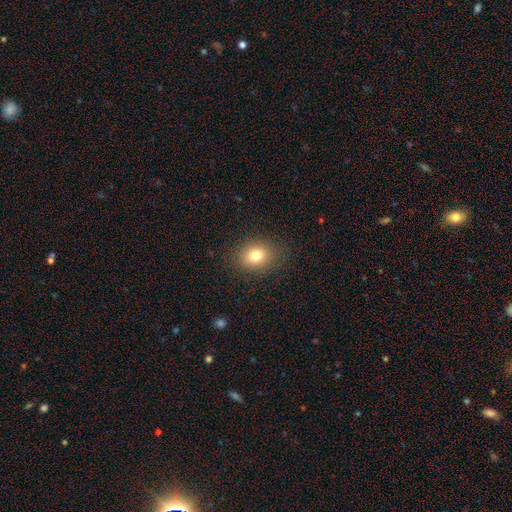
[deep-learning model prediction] smooth_or_featured: smooth (p=0.77) [alt: star or artifact p=0.12]
how_rounded: in between (p=0.50) [alt: round p=0.49]
merging: none (p=0.86) [alt: minor disturbance p=0.10]